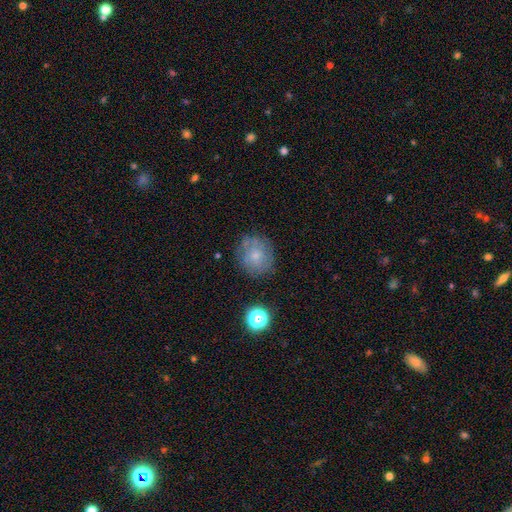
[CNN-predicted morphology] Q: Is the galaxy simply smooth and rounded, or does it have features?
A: smooth — 61%.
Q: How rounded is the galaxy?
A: round — 85%.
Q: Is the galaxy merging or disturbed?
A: none — 71%.